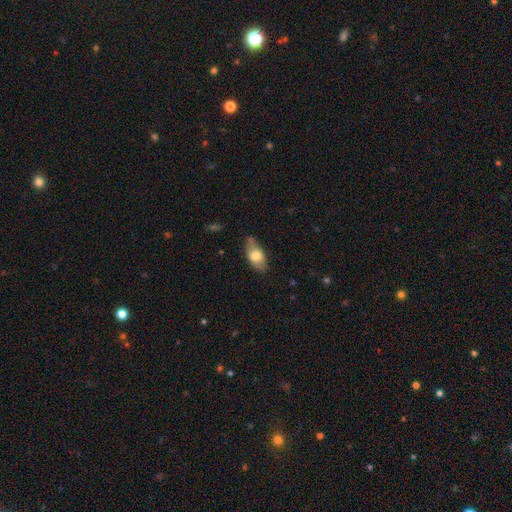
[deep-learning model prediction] smooth_or_featured: smooth (p=0.72) [alt: featured or disk p=0.21]
how_rounded: in between (p=0.90) [alt: cigar-shaped p=0.06]
merging: none (p=0.67) [alt: minor disturbance p=0.24]